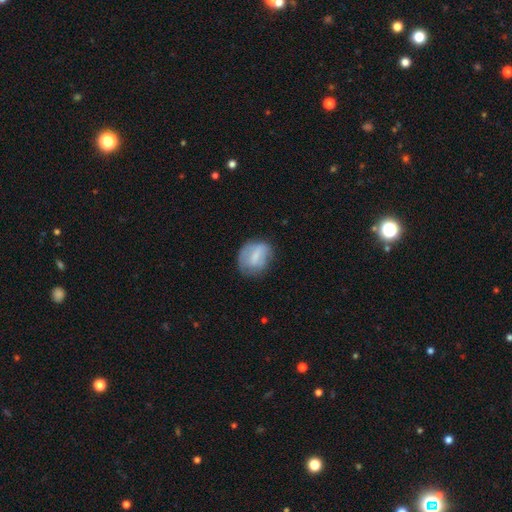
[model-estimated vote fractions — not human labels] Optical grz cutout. It shows a smooth galaxy with no disk features (61%) that is in between round and cigar-shaped (53%). Merging: none (62%).